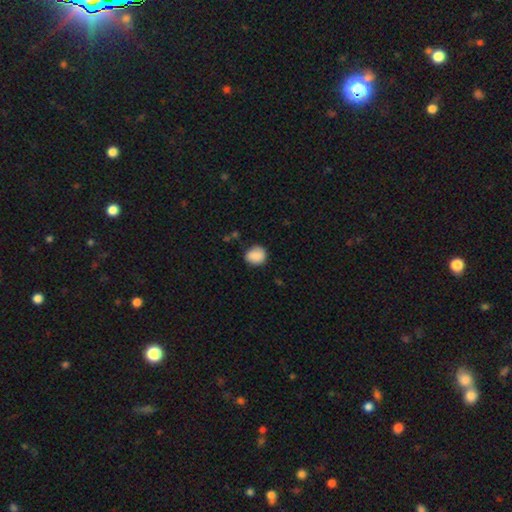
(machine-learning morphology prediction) Q: Smooth or featured?
A: smooth (87%); runner-up: star or artifact (8%)
Q: How rounded?
A: round (76%); runner-up: in between (23%)
Q: Merging?
A: none (78%); runner-up: minor disturbance (16%)